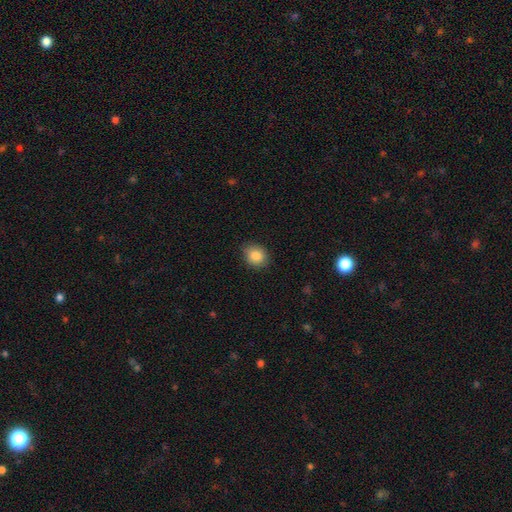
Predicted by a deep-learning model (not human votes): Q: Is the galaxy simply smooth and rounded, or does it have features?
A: smooth — 86%.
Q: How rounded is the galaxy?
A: round — 61%.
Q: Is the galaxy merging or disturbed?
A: none — 85%.